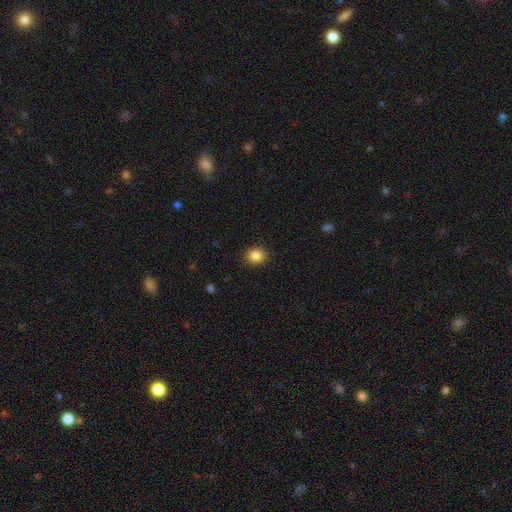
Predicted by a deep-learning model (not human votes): Overall: smooth (86%). How rounded: round (71%). Merging: none (90%).